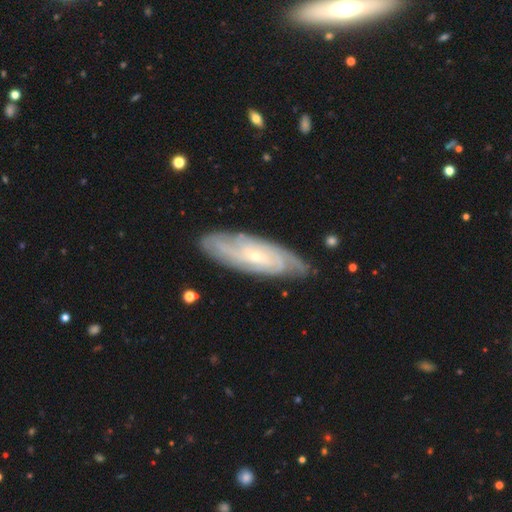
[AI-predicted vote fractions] Q: Smooth or featured?
A: featured or disk (80%); runner-up: smooth (15%)
Q: Edge-on disk?
A: no (84%); runner-up: yes (16%)
Q: Bar?
A: no (65%); runner-up: weak (28%)
Q: Spiral arms?
A: yes (94%); runner-up: no (6%)
Q: Spiral winding?
A: tight (69%); runner-up: medium (25%)
Q: Spiral arm count?
A: can't tell (43%); runner-up: 2 (19%)
Q: Bulge size?
A: small (76%); runner-up: moderate (20%)
Q: Merging?
A: none (80%); runner-up: minor disturbance (15%)